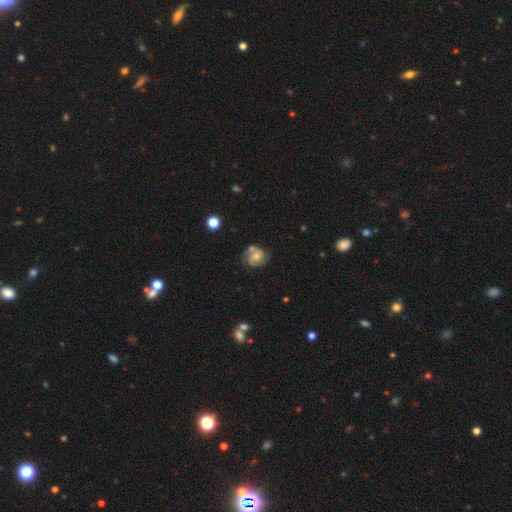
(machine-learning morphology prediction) Overall: featured or disk (70%). Edge-on disk: no (98%). Bar: no (58%; weak 35%). Spiral arms: yes (91%). Spiral arm count: 2 (75%). Spiral winding: medium (47%; tight 37%). Bulge size: moderate (43%; small 42%). Merging: none (56%; minor disturbance 20%).